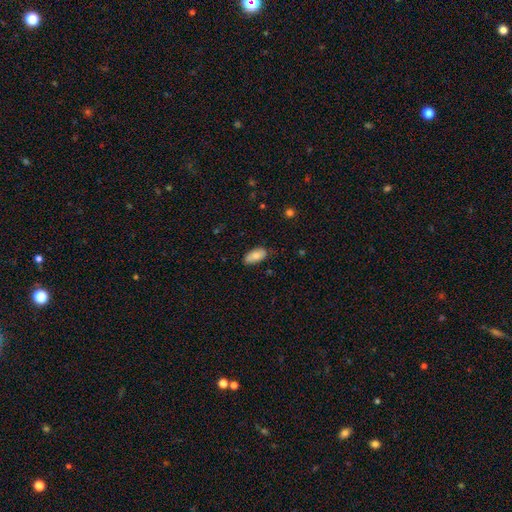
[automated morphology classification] smooth-or-featured: smooth: 79% | featured or disk: 14% | star or artifact: 7%
  how-rounded: in between: 92% | cigar-shaped: 6% | round: 2%
  merging: none: 82% | minor disturbance: 15% | major disturbance: 2% | merger: 1%